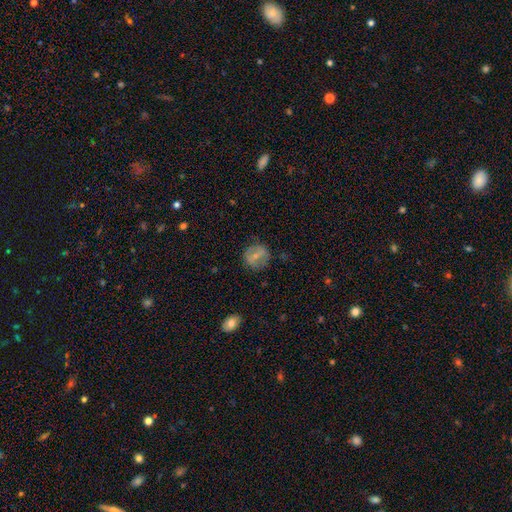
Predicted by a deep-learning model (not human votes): Smooth or featured: smooth — 50% (featured or disk — 40%)
Merging: none — 77% (minor disturbance — 14%)